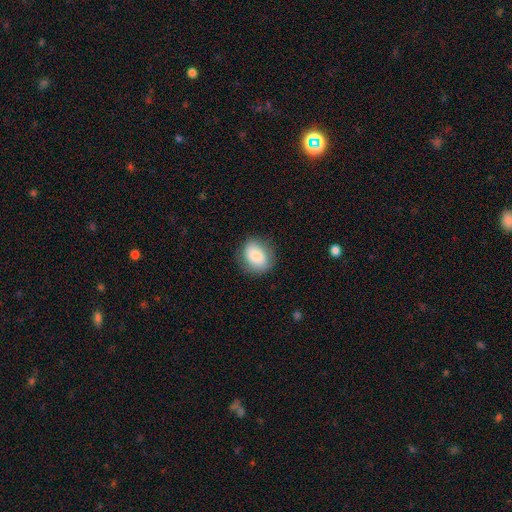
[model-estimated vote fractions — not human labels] smooth 85%, featured or disk 8%, star or artifact 7%. Down the decision tree: how rounded — in between (62%); merging — none (76%).